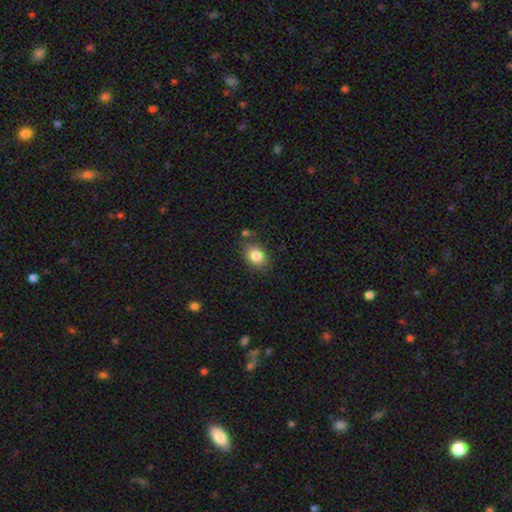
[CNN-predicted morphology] Smooth or featured?
  - smooth: 84% *
  - star or artifact: 9%
  - featured or disk: 8%
How rounded?
  - in between: 69% *
  - round: 30%
  - cigar-shaped: 1%
Merging?
  - none: 74% *
  - minor disturbance: 16%
  - merger: 5%
  - major disturbance: 4%